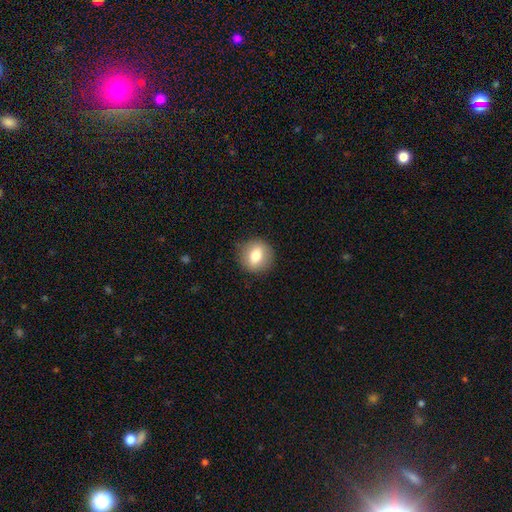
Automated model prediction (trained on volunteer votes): Q: Smooth or featured?
A: smooth (74%); runner-up: featured or disk (17%)
Q: How rounded?
A: round (82%); runner-up: in between (17%)
Q: Merging?
A: none (87%); runner-up: minor disturbance (9%)